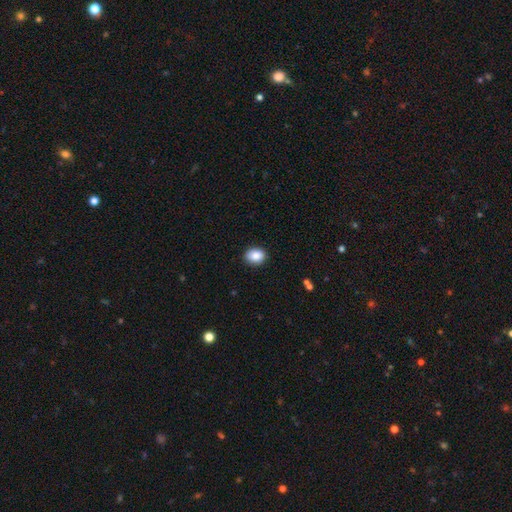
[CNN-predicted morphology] type=smooth (88%); roundness=in between (62%); merging=none (89%).